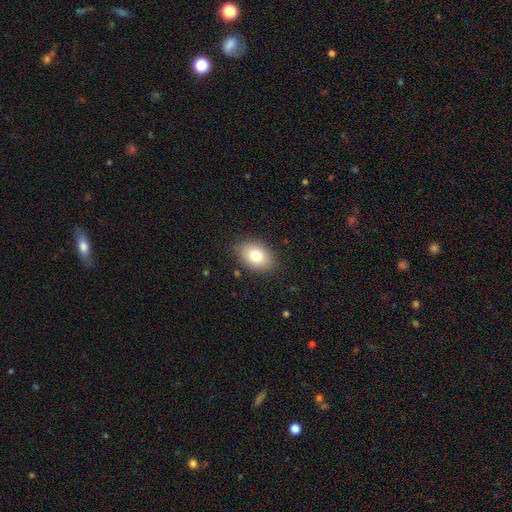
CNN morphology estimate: This is likely a smooth galaxy (79%). How rounded: likely in between (78%). Merging: clearly none (85%).